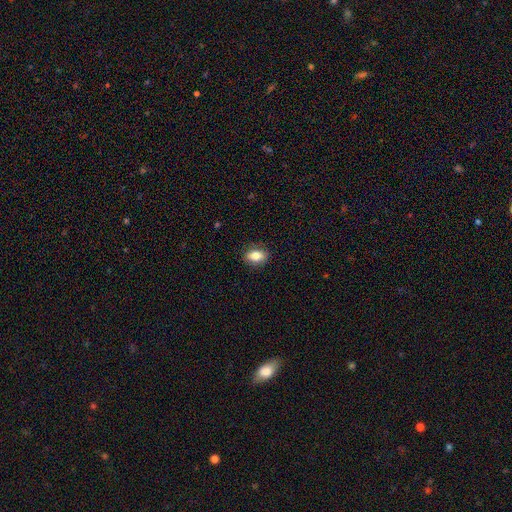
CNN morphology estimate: Overall: smooth (79%). How rounded: in between (82%). Merging: none (86%).